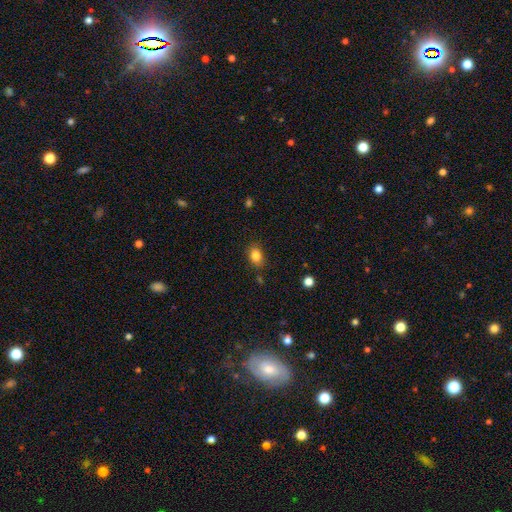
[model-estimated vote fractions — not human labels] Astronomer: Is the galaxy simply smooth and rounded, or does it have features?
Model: smooth — 84%.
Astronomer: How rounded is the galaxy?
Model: in between — 66%.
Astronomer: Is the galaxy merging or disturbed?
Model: none — 81%.